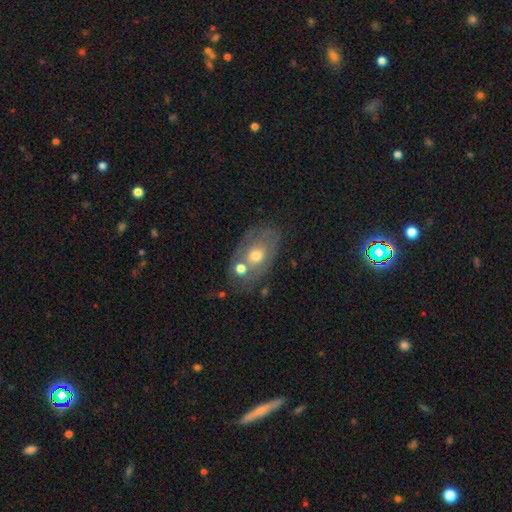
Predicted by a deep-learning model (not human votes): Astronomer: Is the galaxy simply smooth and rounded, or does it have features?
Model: featured or disk — 52% (runner-up: smooth, 39%).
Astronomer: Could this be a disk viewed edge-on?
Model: no — 91%.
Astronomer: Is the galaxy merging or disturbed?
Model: none — 51%.